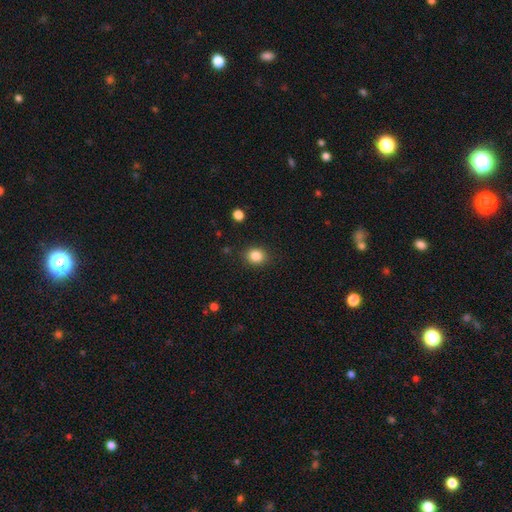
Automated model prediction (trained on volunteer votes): smooth-or-featured: smooth: 85% | star or artifact: 10% | featured or disk: 5%
  how-rounded: round: 67% | in between: 32% | cigar-shaped: 1%
  merging: none: 87% | minor disturbance: 9% | major disturbance: 3% | merger: 1%